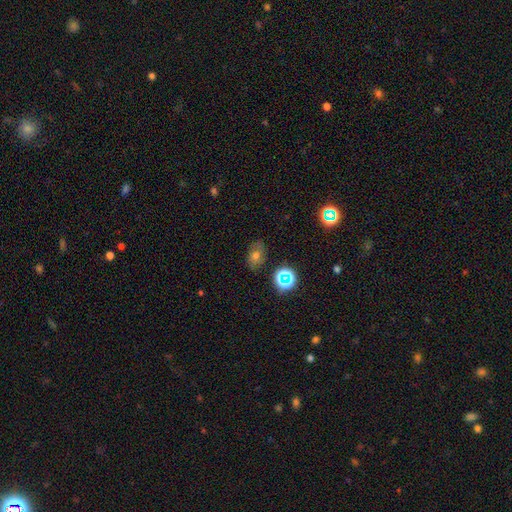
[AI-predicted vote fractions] smooth 48%, star or artifact 31%, featured or disk 21%. Down the decision tree: merging — none (78%).